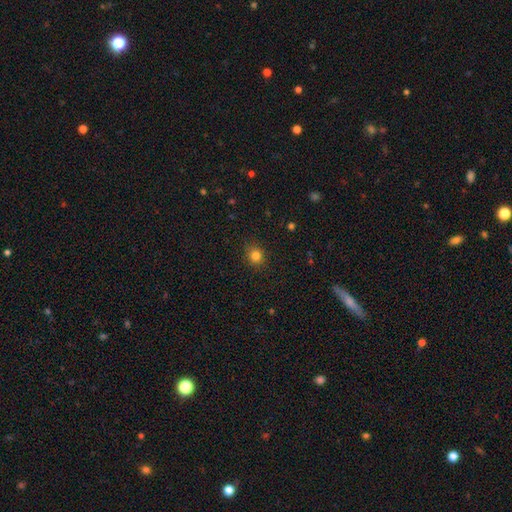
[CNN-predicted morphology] Q: Smooth or featured?
A: smooth (81%); runner-up: star or artifact (14%)
Q: How rounded?
A: round (84%); runner-up: in between (15%)
Q: Merging?
A: none (88%); runner-up: minor disturbance (8%)